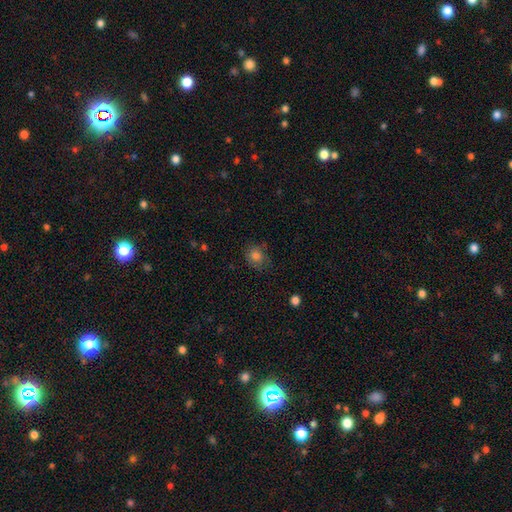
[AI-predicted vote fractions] Smooth or featured? Predicted: smooth (p=0.80). How rounded? Predicted: round (p=0.62). Merging? Predicted: none (p=0.64).